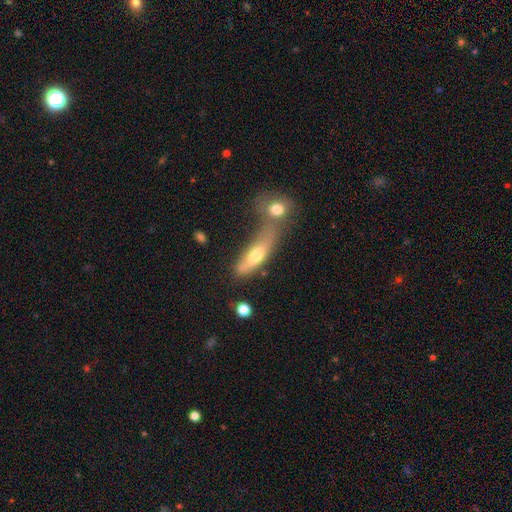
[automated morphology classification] The model was most divided on "how rounded": cigar-shaped: 50%, in between: 45%, round: 5%. Remaining: smooth or featured — smooth (57%); merging — merger (44%).